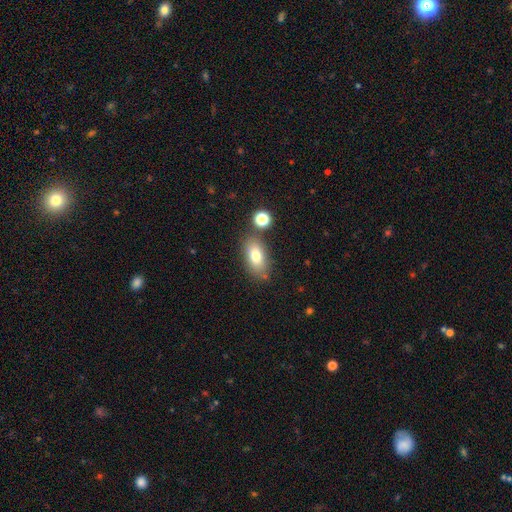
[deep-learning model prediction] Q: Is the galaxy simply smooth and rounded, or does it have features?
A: smooth — 76%.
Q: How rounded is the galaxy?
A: in between — 88%.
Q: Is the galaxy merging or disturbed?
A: none — 74%.